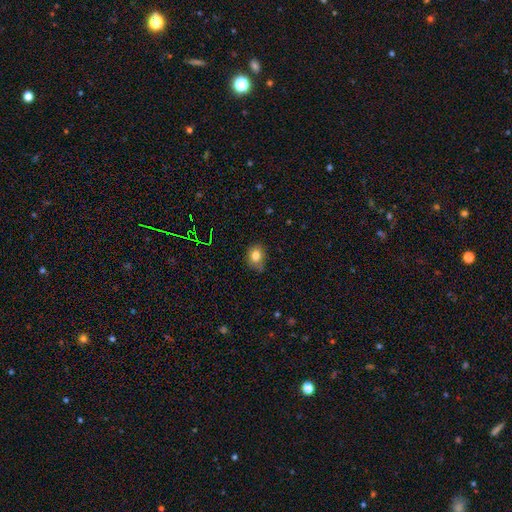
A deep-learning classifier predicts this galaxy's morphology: A smooth galaxy with no disk features (80%) that is round (59%). Merging: none (67%).